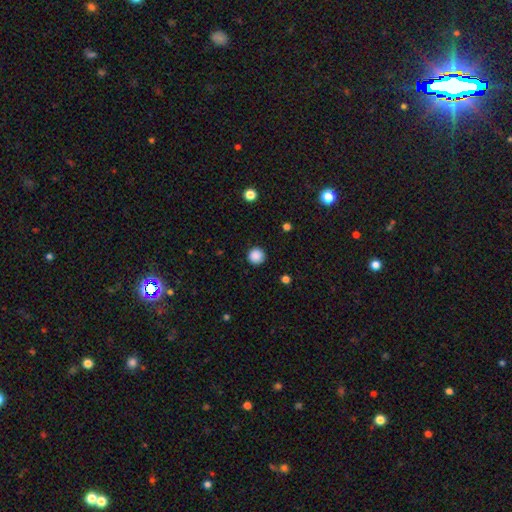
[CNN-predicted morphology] A smooth galaxy with no disk features (88%) that is round (96%). Merging: none (92%).